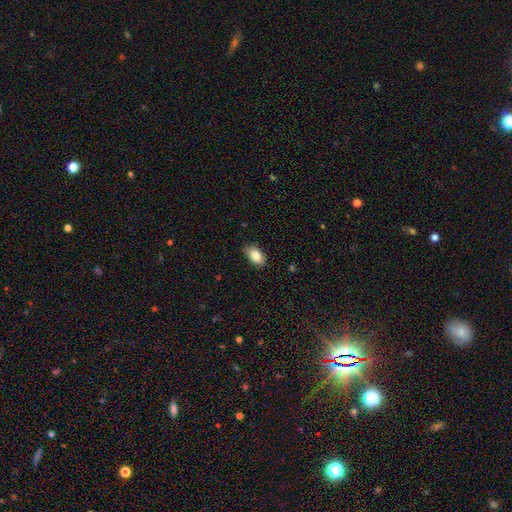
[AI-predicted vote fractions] smooth_or_featured: smooth (p=0.84) [alt: featured or disk p=0.08]
how_rounded: in between (p=0.91) [alt: round p=0.07]
merging: none (p=0.84) [alt: minor disturbance p=0.13]